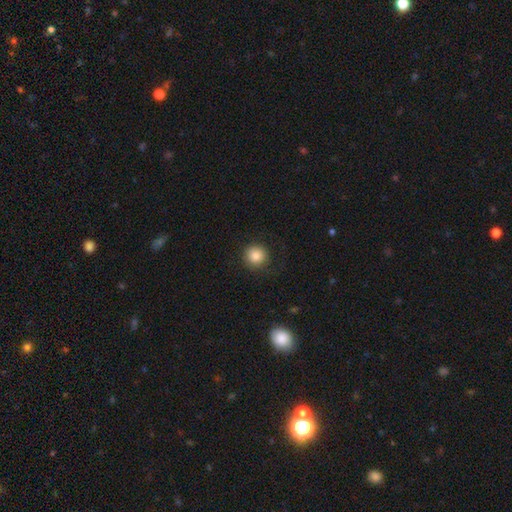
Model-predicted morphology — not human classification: Smooth or featured: smooth — 84% (star or artifact — 9%)
How rounded: round — 94% (in between — 5%)
Merging: none — 84% (minor disturbance — 10%)